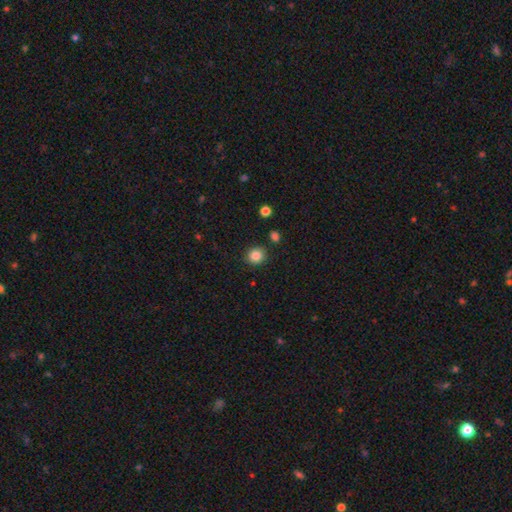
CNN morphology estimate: smooth_or_featured: smooth (p=0.85) [alt: star or artifact p=0.10]
how_rounded: round (p=0.85) [alt: in between p=0.14]
merging: none (p=0.87) [alt: minor disturbance p=0.07]